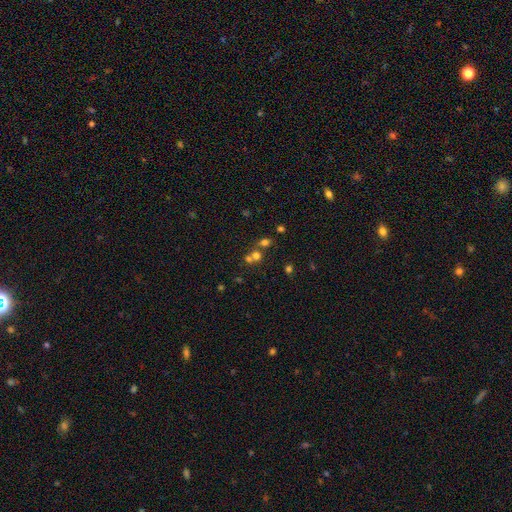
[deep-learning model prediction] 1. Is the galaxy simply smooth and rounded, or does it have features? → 48% smooth, 38% star or artifact, 15% featured or disk.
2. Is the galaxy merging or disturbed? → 50% none, 39% merger, 7% minor disturbance, 4% major disturbance.